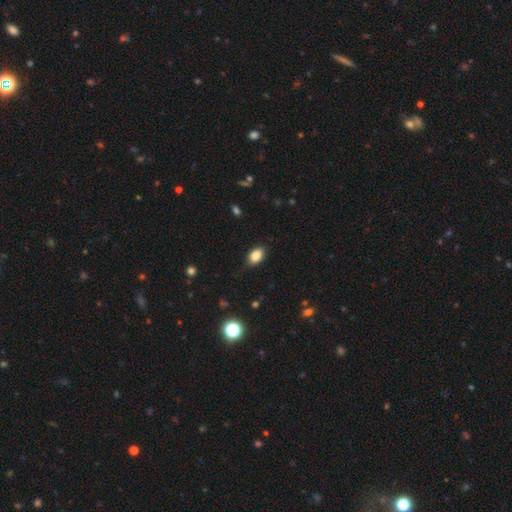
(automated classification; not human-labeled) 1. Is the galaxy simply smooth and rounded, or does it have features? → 85% smooth, 9% star or artifact, 7% featured or disk.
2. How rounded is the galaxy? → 85% in between, 14% round, 2% cigar-shaped.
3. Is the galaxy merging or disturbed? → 82% none, 14% minor disturbance, 3% major disturbance, 1% merger.